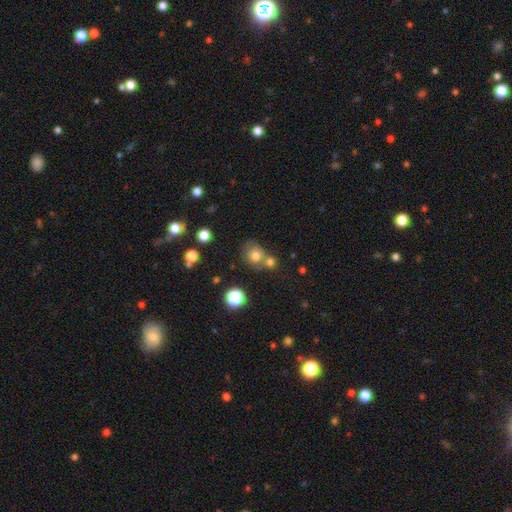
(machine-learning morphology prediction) A smooth galaxy with no disk features (74%) that is round (79%). Merging: none (51%).